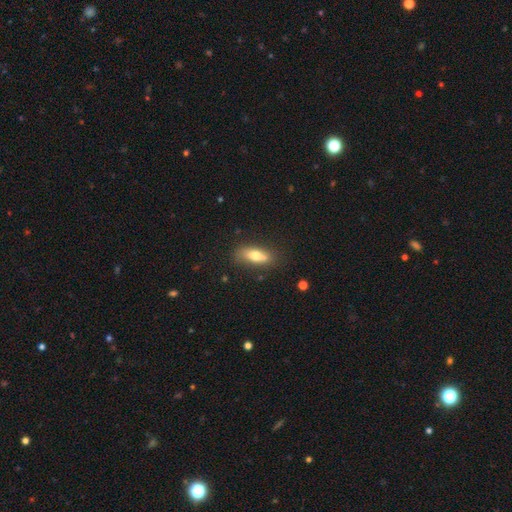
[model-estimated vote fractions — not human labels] Smooth or featured?
  - smooth: 69% *
  - featured or disk: 24%
  - star or artifact: 7%
How rounded?
  - in between: 70% *
  - cigar-shaped: 26%
  - round: 4%
Merging?
  - none: 73% *
  - minor disturbance: 18%
  - merger: 5%
  - major disturbance: 5%